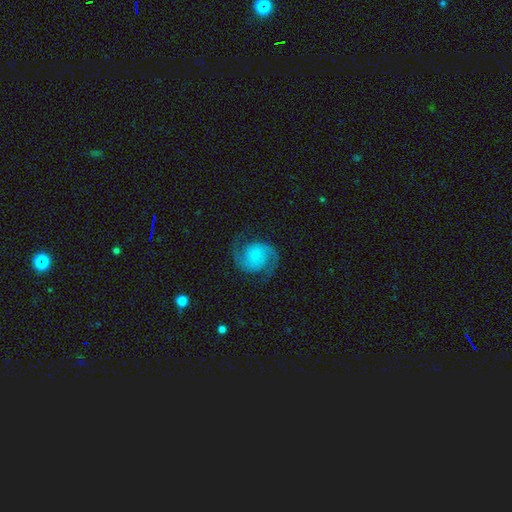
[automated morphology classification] smooth-or-featured: featured or disk: 89% | smooth: 6% | star or artifact: 5%
  disk-edge-on: no: 99% | yes: 1%
    bar: no: 69% | weak: 26% | strong: 6%
    has-spiral-arms: yes: 98% | no: 2%
      spiral-winding: medium: 58% | tight: 22% | loose: 20%
      spiral-arm-count: 2: 95% | can't tell: 1% | 3: 1% | 1: 1% | 4: 1% | more than 4: 1%
    bulge-size: small: 43% | none: 28% | moderate: 21% | large: 6% | dominant: 2%
  merging: none: 83% | minor disturbance: 11% | major disturbance: 5% | merger: 1%